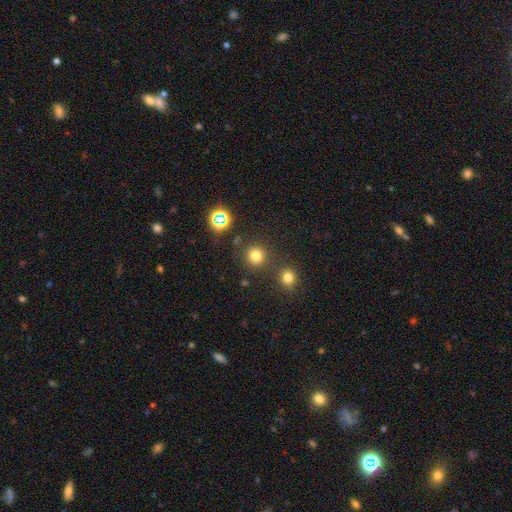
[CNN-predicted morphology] smooth_or_featured: smooth (p=0.75) [alt: star or artifact p=0.19]
how_rounded: round (p=0.94) [alt: in between p=0.05]
merging: none (p=0.84) [alt: minor disturbance p=0.07]